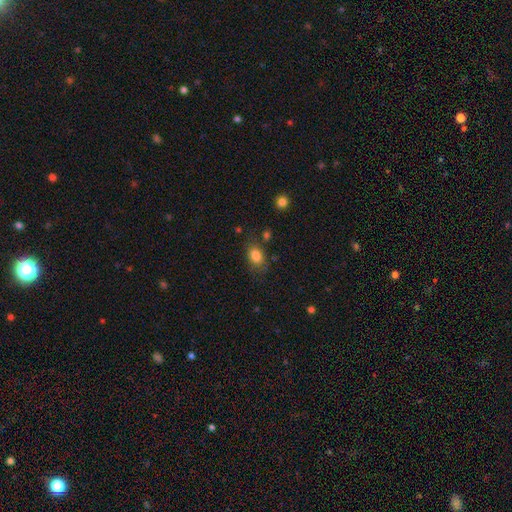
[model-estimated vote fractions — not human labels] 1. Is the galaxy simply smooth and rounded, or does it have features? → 84% smooth, 10% star or artifact, 6% featured or disk.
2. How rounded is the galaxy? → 76% in between, 22% round, 2% cigar-shaped.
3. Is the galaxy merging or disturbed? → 71% none, 18% minor disturbance, 6% major disturbance, 4% merger.